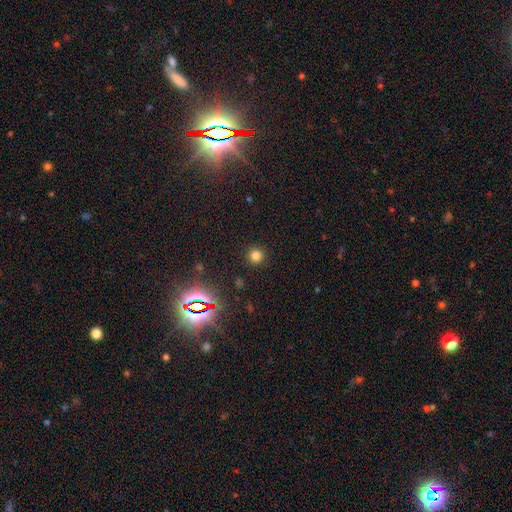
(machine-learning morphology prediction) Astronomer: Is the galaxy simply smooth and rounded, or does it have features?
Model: smooth — 77%.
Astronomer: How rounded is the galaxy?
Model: round — 94%.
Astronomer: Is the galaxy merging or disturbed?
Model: none — 91%.